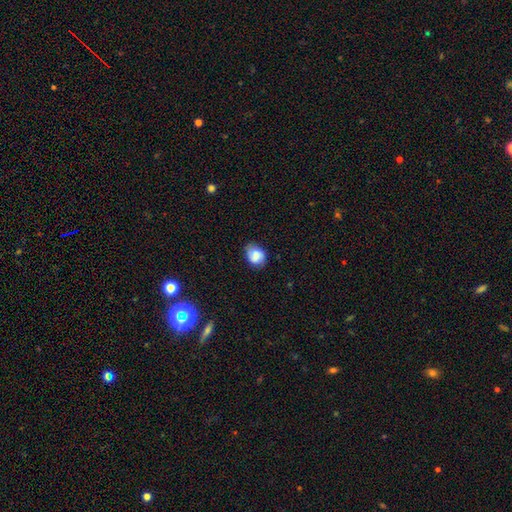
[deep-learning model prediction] smooth 74%, featured or disk 17%, star or artifact 9%. Down the decision tree: how rounded — in between (61%); merging — none (71%).